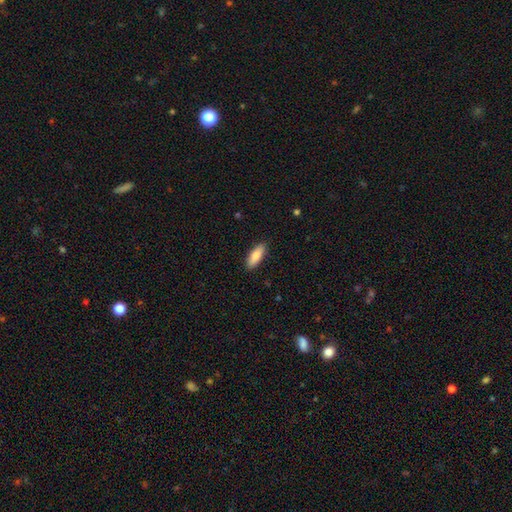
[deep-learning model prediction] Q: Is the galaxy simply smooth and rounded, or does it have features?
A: smooth — 83%.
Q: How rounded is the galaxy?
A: in between — 67%.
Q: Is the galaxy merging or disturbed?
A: none — 89%.